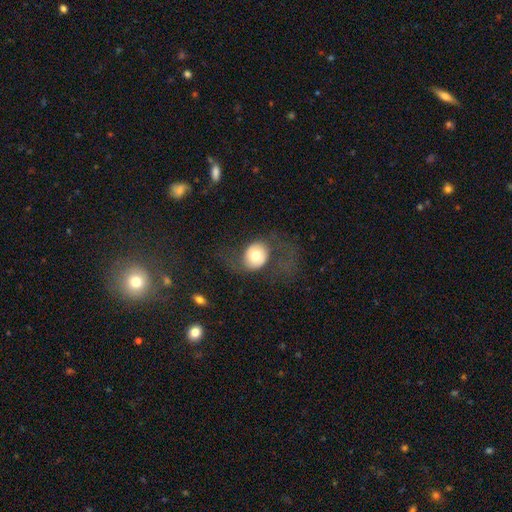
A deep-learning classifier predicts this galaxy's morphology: A smooth galaxy with no disk features (54%) that is round (67%). Merging: none (53%).